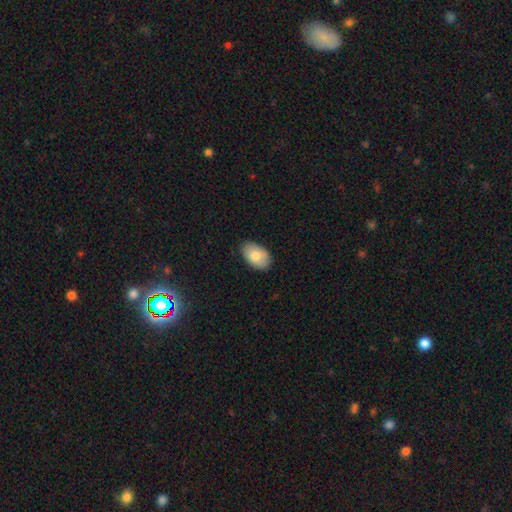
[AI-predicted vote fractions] The model was most divided on "smooth or featured": smooth: 80%, featured or disk: 14%, star or artifact: 6%. More confident: how rounded — in between (92%); merging — none (85%).